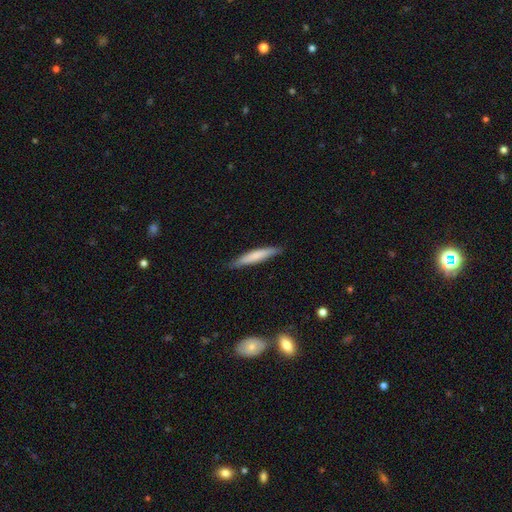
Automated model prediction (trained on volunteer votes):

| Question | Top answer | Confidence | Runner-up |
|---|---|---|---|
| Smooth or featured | smooth | 69% | featured or disk (25%) |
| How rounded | cigar-shaped | 92% | in between (7%) |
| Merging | none | 86% | minor disturbance (11%) |